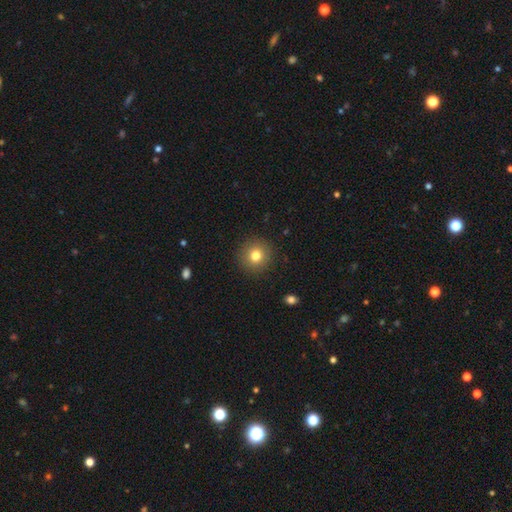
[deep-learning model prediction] A smooth galaxy with no disk features (79%) that is round (94%). Merging: none (91%).